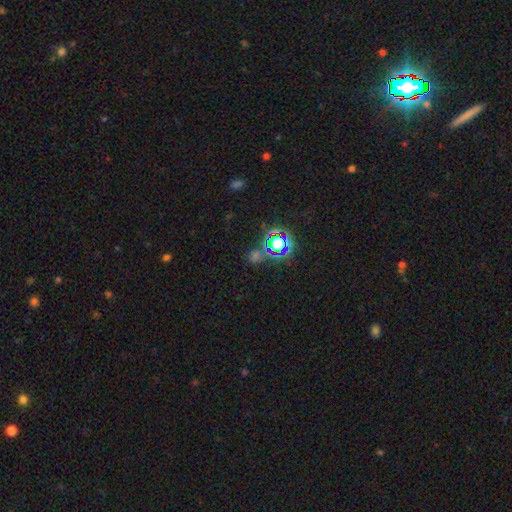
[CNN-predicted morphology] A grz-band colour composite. It shows a star or artifact, not a galaxy (63%).